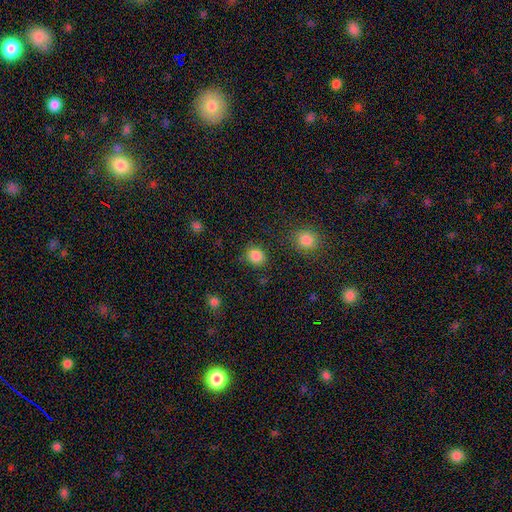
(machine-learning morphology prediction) smooth 85%, star or artifact 12%, featured or disk 4%. Down the decision tree: how rounded — round (76%); merging — none (81%).